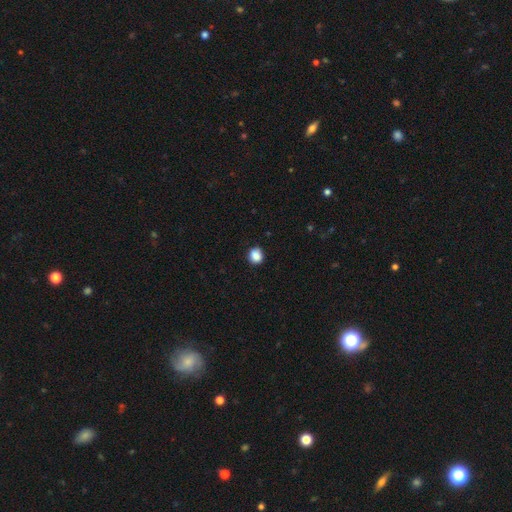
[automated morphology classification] This appears to be a smooth galaxy with no disk features (87%) that is round (70%). Merging: none (87%).